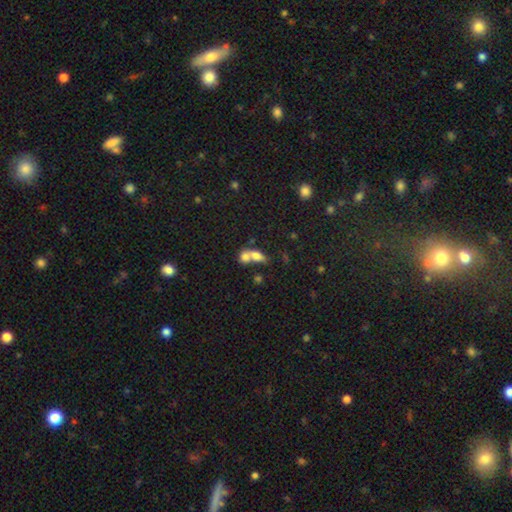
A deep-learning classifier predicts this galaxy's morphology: This appears to be a smooth galaxy with no disk features (72%) that is in between round and cigar-shaped (70%). Merging: merger (72%).